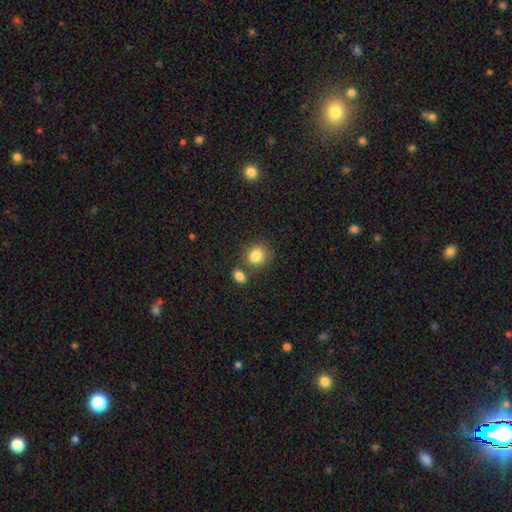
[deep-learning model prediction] Smooth or featured? smooth (85%)
How rounded? round (55%)
Merging? none (57%)